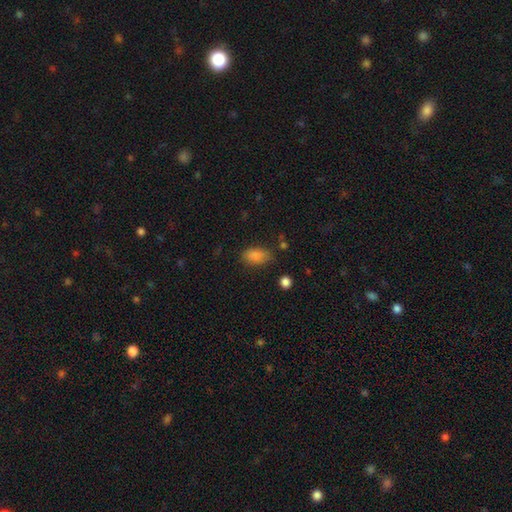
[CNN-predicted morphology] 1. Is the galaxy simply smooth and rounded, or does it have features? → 85% smooth, 10% star or artifact, 5% featured or disk.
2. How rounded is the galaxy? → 89% in between, 9% round, 3% cigar-shaped.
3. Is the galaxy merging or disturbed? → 71% none, 21% minor disturbance, 6% major disturbance, 3% merger.